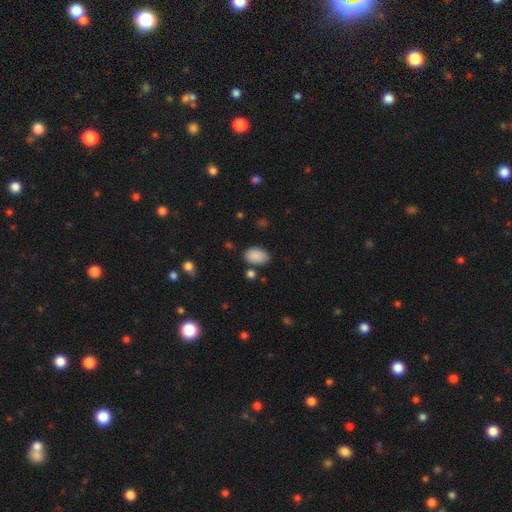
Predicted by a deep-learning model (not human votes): Overall: smooth (88%). How rounded: in between (90%). Merging: none (78%).